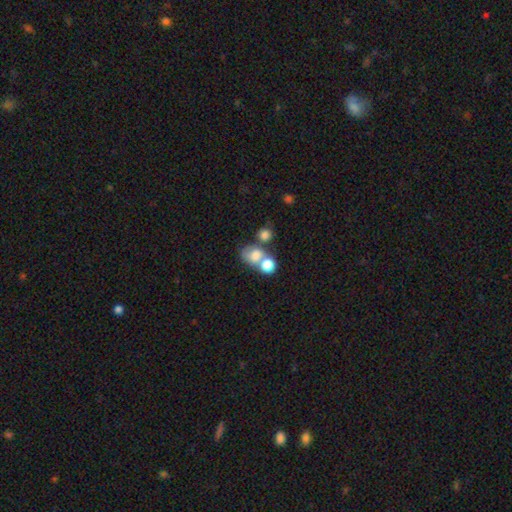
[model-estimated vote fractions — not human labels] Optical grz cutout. It shows a smooth galaxy with no disk features (71%) that is round (56%). Merging: merger (56%).